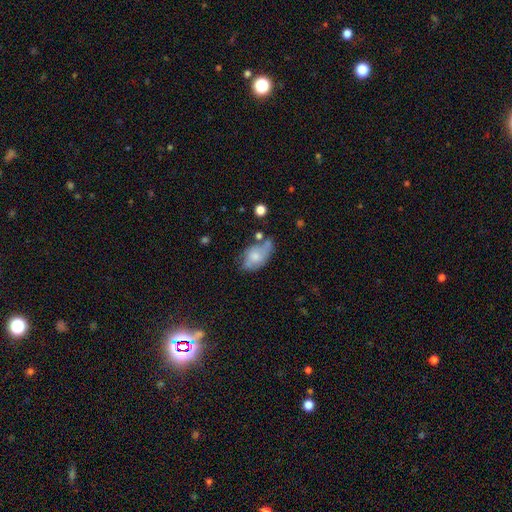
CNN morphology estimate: This is possibly a smooth galaxy (54%). How rounded: clearly in between (89%). Merging: marginally none (34%).